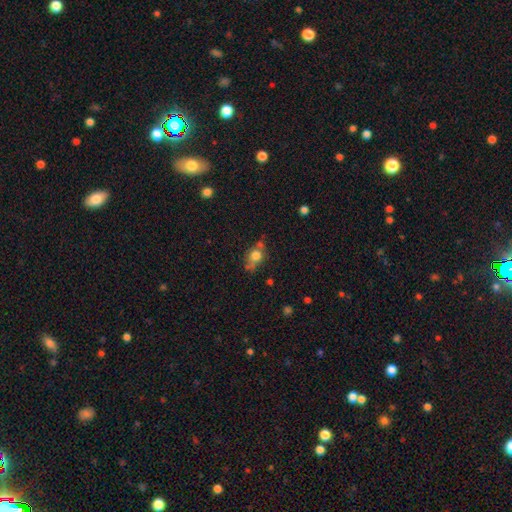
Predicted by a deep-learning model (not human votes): Smooth or featured: smooth — 69% (featured or disk — 19%)
How rounded: in between — 52% (round — 45%)
Merging: none — 53% (minor disturbance — 24%)